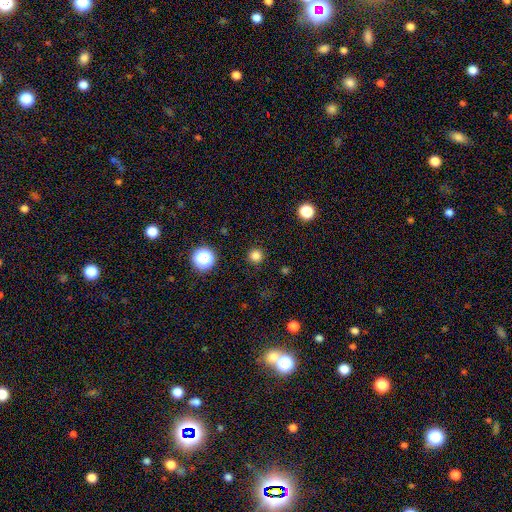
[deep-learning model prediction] A smooth galaxy with no disk features (81%) that is round (96%).

Vote fractions:
- Smooth or featured? smooth: 81% / star or artifact: 15% / featured or disk: 4%
- How rounded? round: 96% / in between: 3% / cigar-shaped: 1%
- Merging? none: 92% / minor disturbance: 5% / major disturbance: 2% / merger: 1%